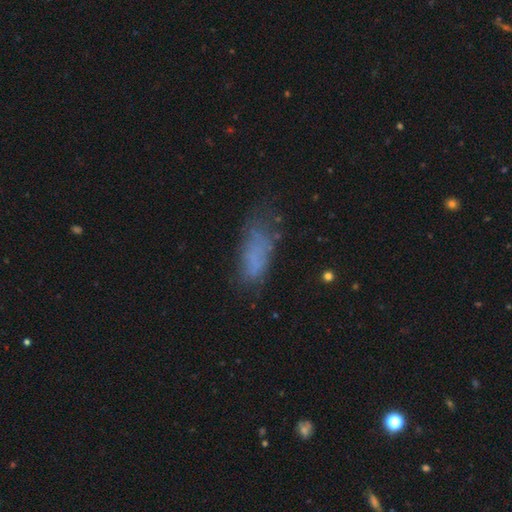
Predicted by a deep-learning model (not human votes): Morphology: type=smooth (60%); roundness=in between (75%); merging=none (46%).